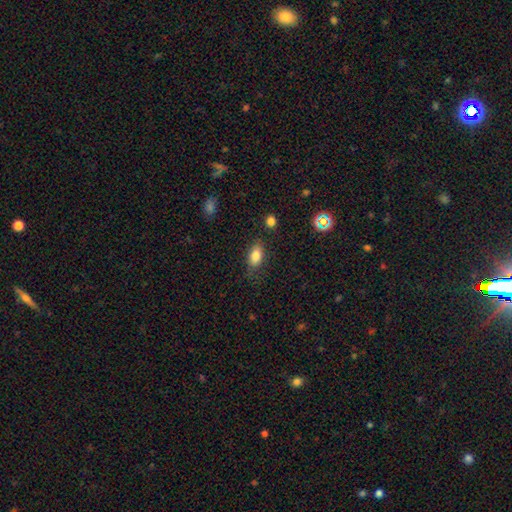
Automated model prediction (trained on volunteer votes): smooth_or_featured: smooth (p=0.82) [alt: star or artifact p=0.09]
how_rounded: in between (p=0.87) [alt: round p=0.08]
merging: none (p=0.78) [alt: minor disturbance p=0.15]